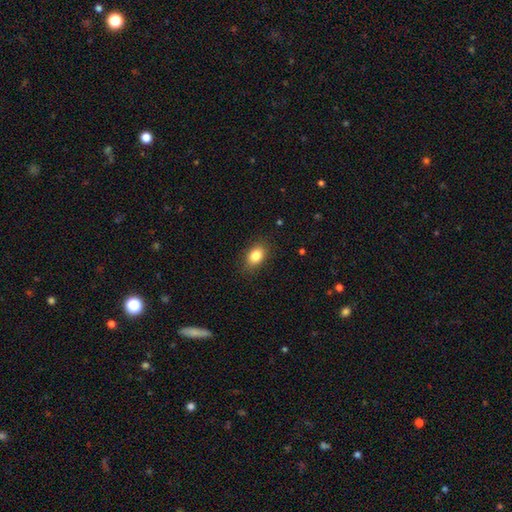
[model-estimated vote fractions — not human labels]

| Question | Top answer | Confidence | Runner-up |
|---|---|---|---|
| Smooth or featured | smooth | 84% | star or artifact (9%) |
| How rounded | in between | 81% | round (18%) |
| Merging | none | 85% | minor disturbance (11%) |